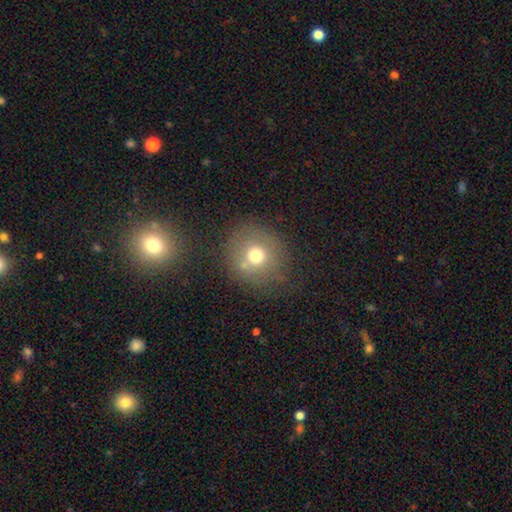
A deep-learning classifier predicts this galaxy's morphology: Q: Smooth or featured?
A: smooth (68%); runner-up: featured or disk (17%)
Q: How rounded?
A: round (86%); runner-up: in between (13%)
Q: Merging?
A: none (72%); runner-up: minor disturbance (15%)